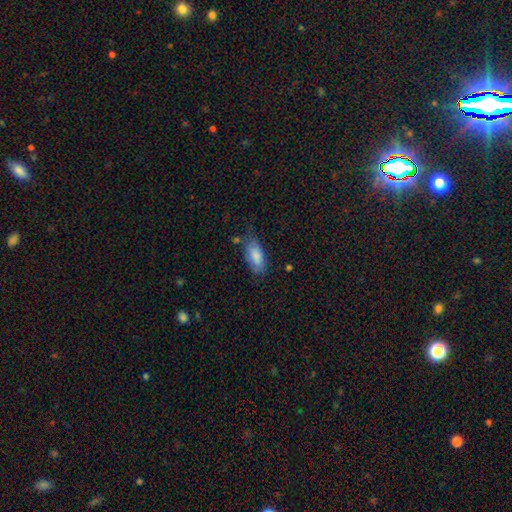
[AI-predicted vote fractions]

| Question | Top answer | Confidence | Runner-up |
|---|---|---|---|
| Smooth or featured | smooth | 84% | featured or disk (10%) |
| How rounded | in between | 88% | cigar-shaped (10%) |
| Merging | none | 63% | minor disturbance (26%) |